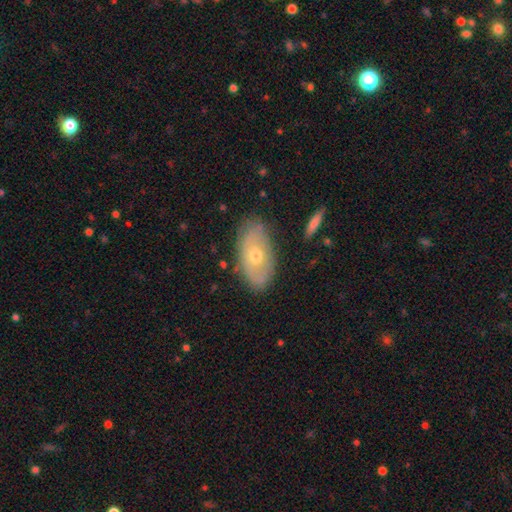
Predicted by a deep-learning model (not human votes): Smooth or featured: featured or disk — 46% (smooth — 43%)
Merging: none — 84% (minor disturbance — 11%)